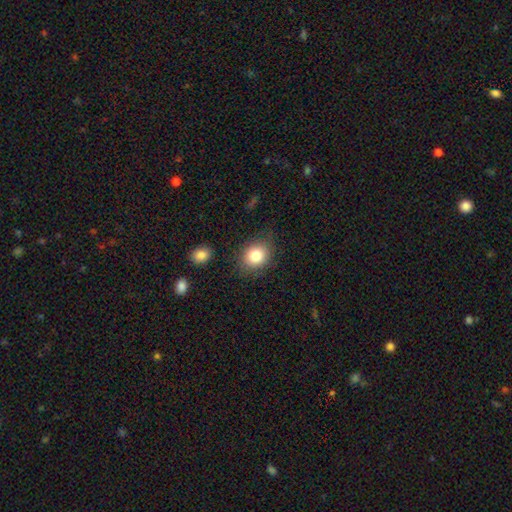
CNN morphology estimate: Smooth or featured? Predicted: smooth (p=0.82). How rounded? Predicted: round (p=0.57). Merging? Predicted: none (p=0.80).